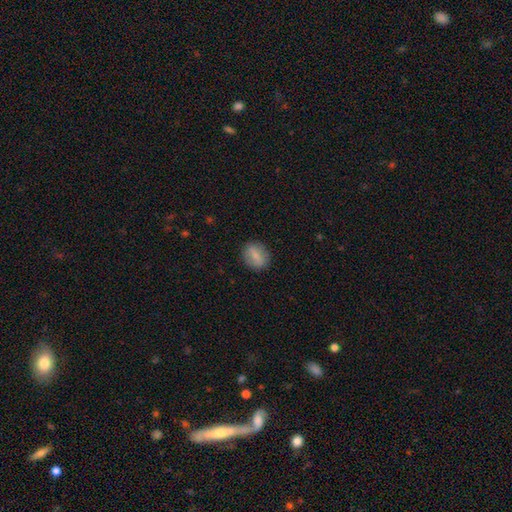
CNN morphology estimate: Smooth or featured? Predicted: smooth (p=0.76). How rounded? Predicted: in between (p=0.53). Merging? Predicted: none (p=0.86).